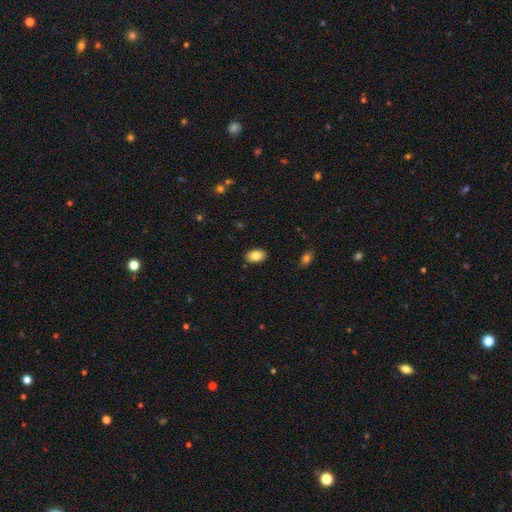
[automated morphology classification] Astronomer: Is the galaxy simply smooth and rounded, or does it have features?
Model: smooth — 85%.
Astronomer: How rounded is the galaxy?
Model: in between — 90%.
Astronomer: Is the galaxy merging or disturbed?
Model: none — 88%.